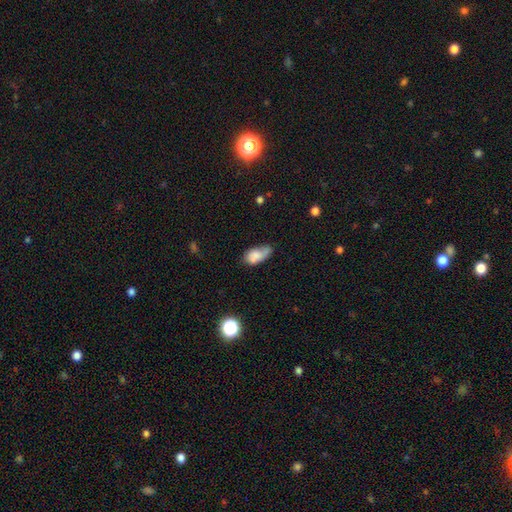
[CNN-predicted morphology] Overall: smooth (73%). How rounded: in between (90%). Merging: none (40%; minor disturbance 37%).